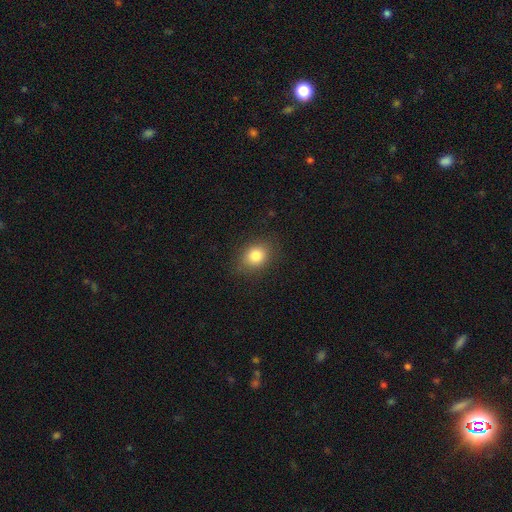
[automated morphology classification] Smooth or featured: smooth — 82% (star or artifact — 10%)
How rounded: in between — 52% (round — 47%)
Merging: none — 84% (minor disturbance — 12%)